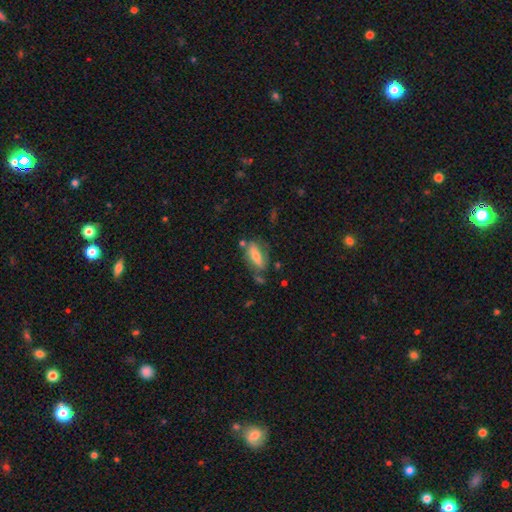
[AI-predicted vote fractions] Q: Smooth or featured?
A: smooth (55%); runner-up: featured or disk (38%)
Q: How rounded?
A: in between (69%); runner-up: cigar-shaped (27%)
Q: Merging?
A: none (60%); runner-up: minor disturbance (21%)